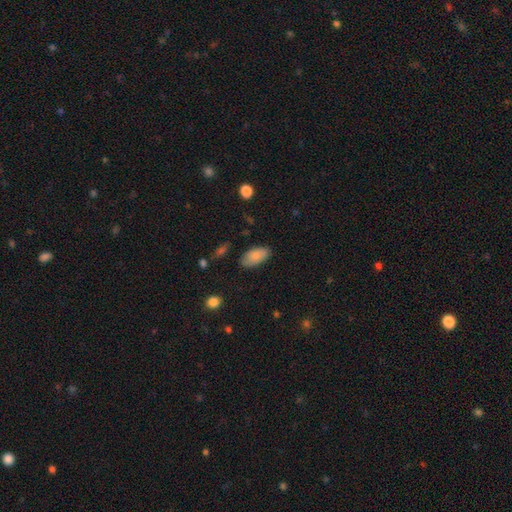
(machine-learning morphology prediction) smooth-or-featured: smooth: 81% | featured or disk: 13% | star or artifact: 7%
  how-rounded: in between: 94% | cigar-shaped: 3% | round: 3%
  merging: none: 82% | minor disturbance: 14% | major disturbance: 3% | merger: 1%